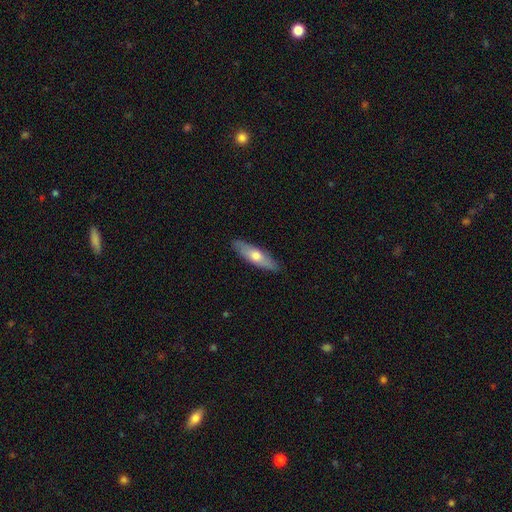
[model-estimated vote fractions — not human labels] smooth_or_featured: smooth (p=0.57) [alt: featured or disk p=0.37]
how_rounded: cigar-shaped (p=0.60) [alt: in between p=0.38]
merging: none (p=0.88) [alt: minor disturbance p=0.09]